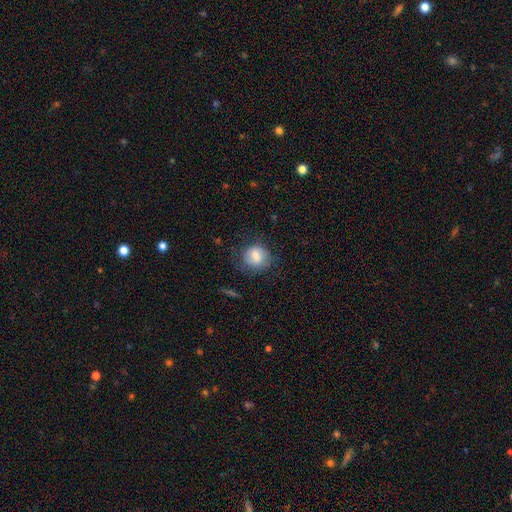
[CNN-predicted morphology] A smooth galaxy with no disk features (77%) that is round (73%). Merging: none (70%).